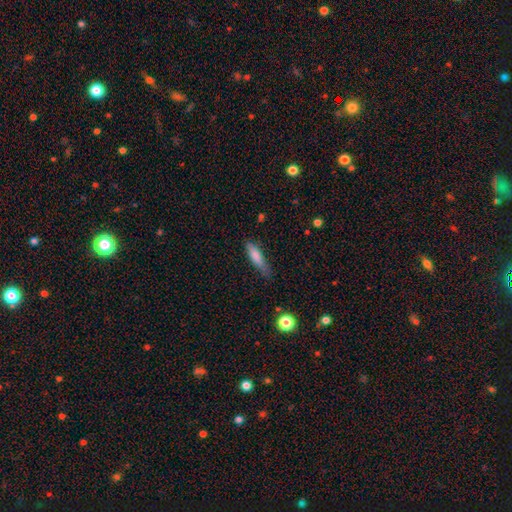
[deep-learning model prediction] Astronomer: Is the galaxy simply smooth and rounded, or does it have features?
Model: smooth — 79%.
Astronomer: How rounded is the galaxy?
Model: cigar-shaped — 69%.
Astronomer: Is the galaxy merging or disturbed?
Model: none — 61%.